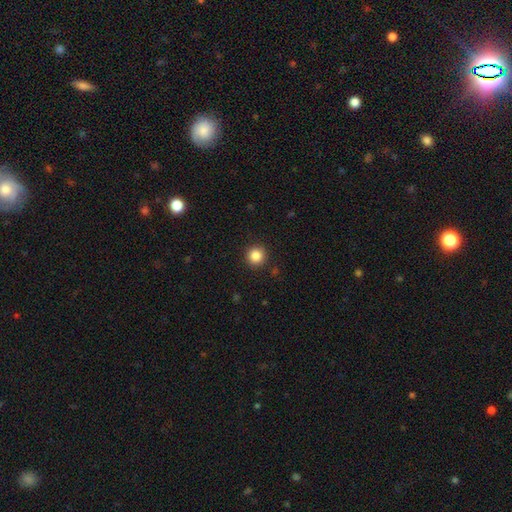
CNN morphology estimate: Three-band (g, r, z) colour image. It shows a smooth galaxy with no disk features (85%) that is round (95%). Merging: none (92%).